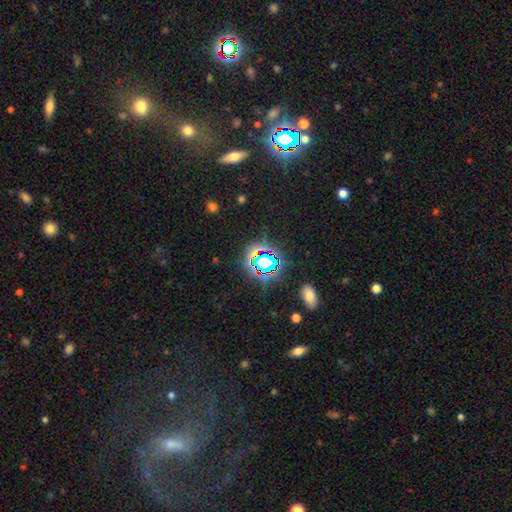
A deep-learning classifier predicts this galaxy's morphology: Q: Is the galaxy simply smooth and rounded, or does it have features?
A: star or artifact — 72%.